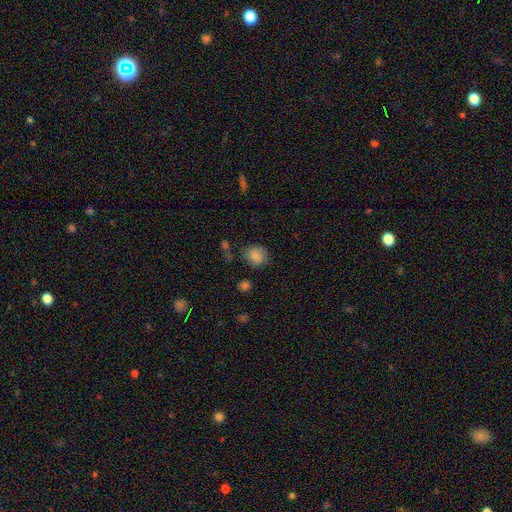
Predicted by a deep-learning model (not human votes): smooth-or-featured: smooth: 85% | star or artifact: 9% | featured or disk: 5%
  how-rounded: round: 76% | in between: 23% | cigar-shaped: 1%
  merging: none: 78% | minor disturbance: 14% | major disturbance: 4% | merger: 3%